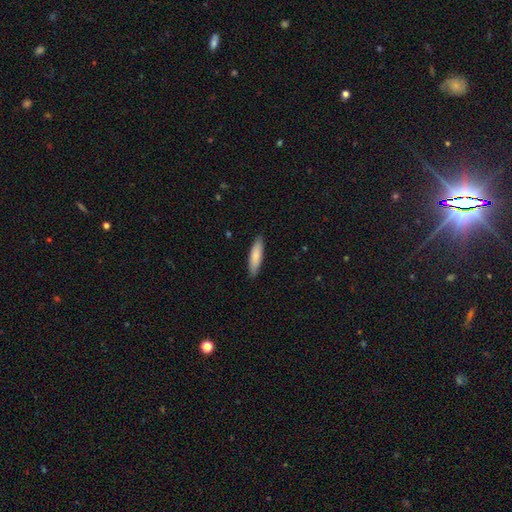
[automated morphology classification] Smooth or featured?
  - smooth: 79% *
  - featured or disk: 15%
  - star or artifact: 5%
How rounded?
  - cigar-shaped: 68% *
  - in between: 31%
  - round: 1%
Merging?
  - none: 88% *
  - minor disturbance: 9%
  - major disturbance: 2%
  - merger: 1%